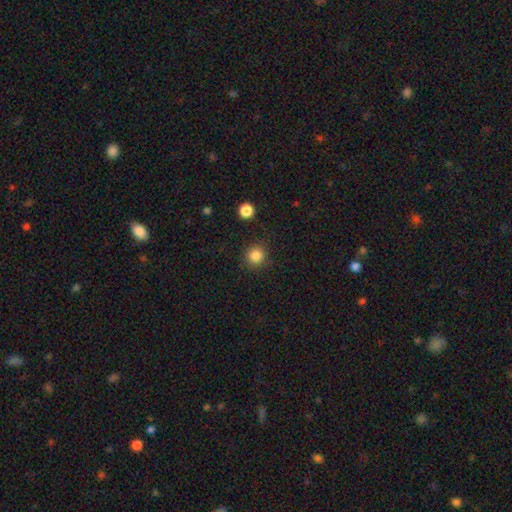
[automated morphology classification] Q: Smooth or featured?
A: smooth (85%); runner-up: star or artifact (11%)
Q: How rounded?
A: round (93%); runner-up: in between (7%)
Q: Merging?
A: none (87%); runner-up: minor disturbance (8%)